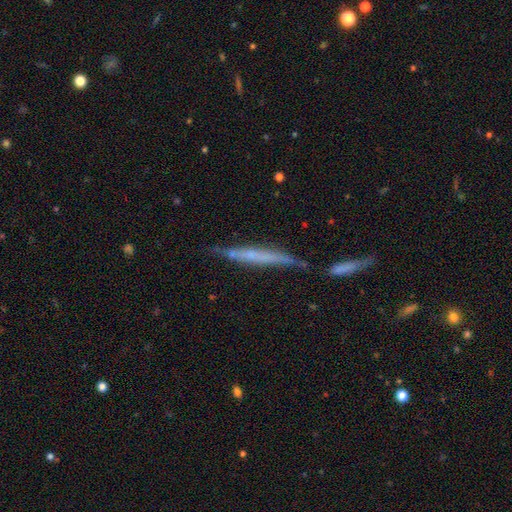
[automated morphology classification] A featured or disk galaxy (54%) viewed edge-on (90%).

Vote fractions:
- Smooth or featured? featured or disk: 54% / smooth: 38% / star or artifact: 8%
- Edge-on disk? yes: 90% / no: 10%
- Merging? none: 60% / minor disturbance: 19% / merger: 15% / major disturbance: 6%